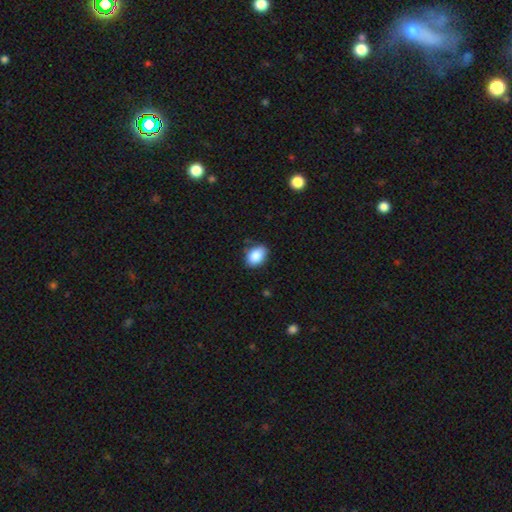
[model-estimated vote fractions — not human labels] This is clearly a smooth galaxy (87%). How rounded: likely in between (80%). Merging: likely none (79%).